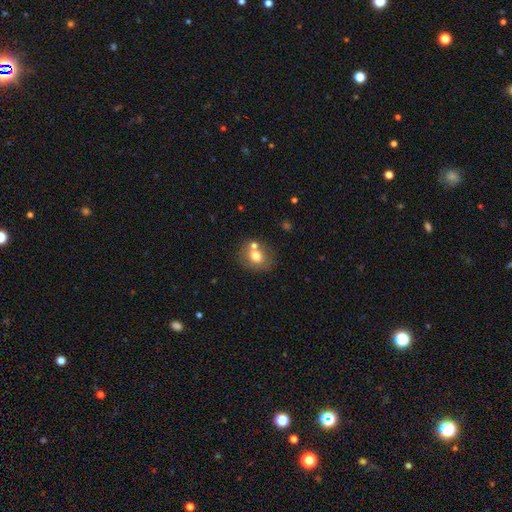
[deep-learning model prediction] smooth 71%, featured or disk 18%, star or artifact 11%. Down the decision tree: how rounded — round (65%); merging — none (61%).